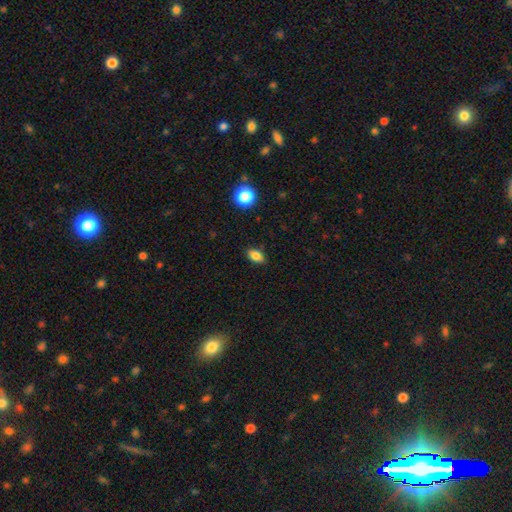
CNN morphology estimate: smooth 84%, star or artifact 10%, featured or disk 6%. Down the decision tree: how rounded — in between (86%); merging — none (86%).